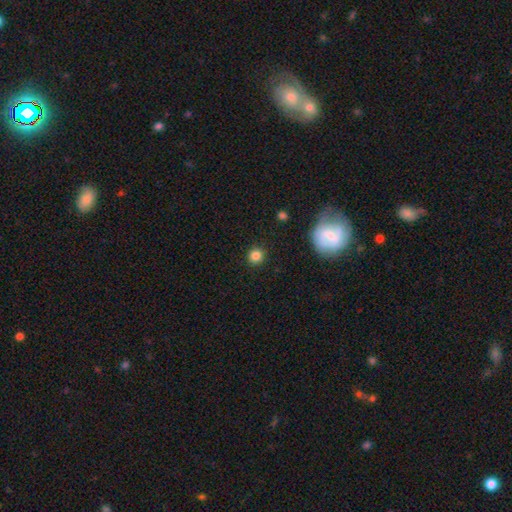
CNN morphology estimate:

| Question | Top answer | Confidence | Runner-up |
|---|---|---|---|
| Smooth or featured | smooth | 83% | star or artifact (12%) |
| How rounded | round | 91% | in between (8%) |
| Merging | none | 90% | minor disturbance (6%) |